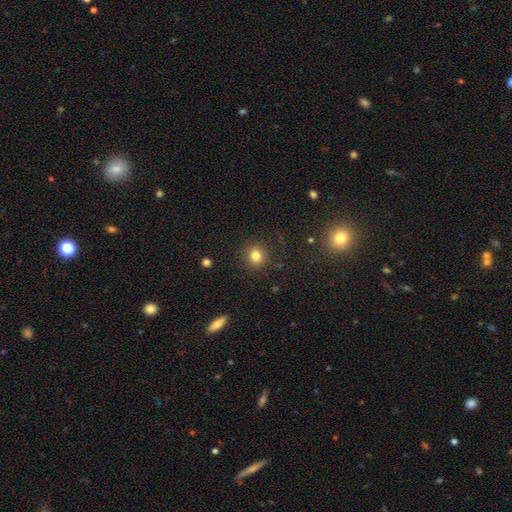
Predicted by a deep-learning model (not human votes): Smooth or featured? smooth (81%)
How rounded? round (86%)
Merging? none (89%)